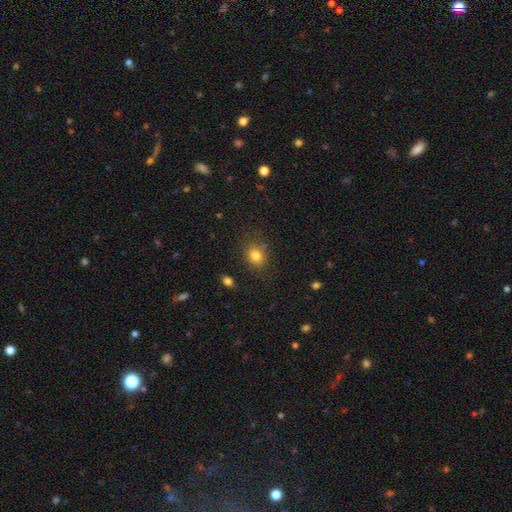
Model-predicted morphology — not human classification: A smooth galaxy with no disk features (81%) that is round (54%). Merging: none (79%).